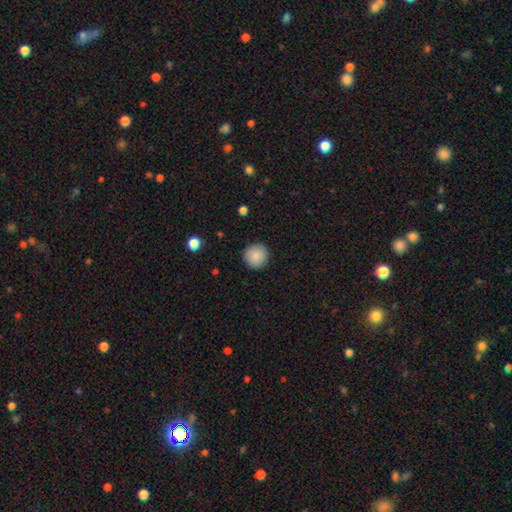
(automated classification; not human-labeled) smooth 89%, star or artifact 7%, featured or disk 4%. Down the decision tree: how rounded — round (95%); merging — none (91%).